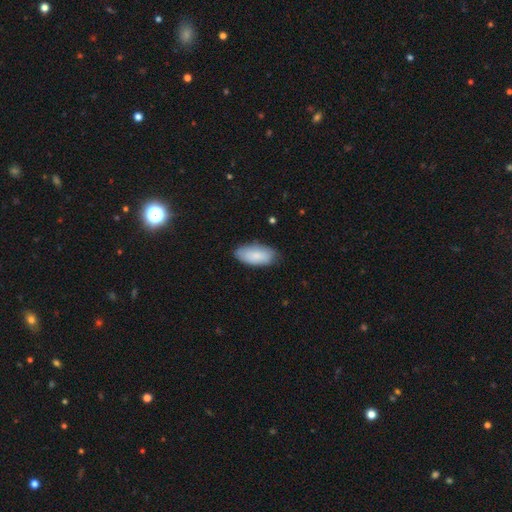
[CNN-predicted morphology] This is clearly a smooth galaxy (83%). How rounded: clearly in between (93%). Merging: likely none (77%).